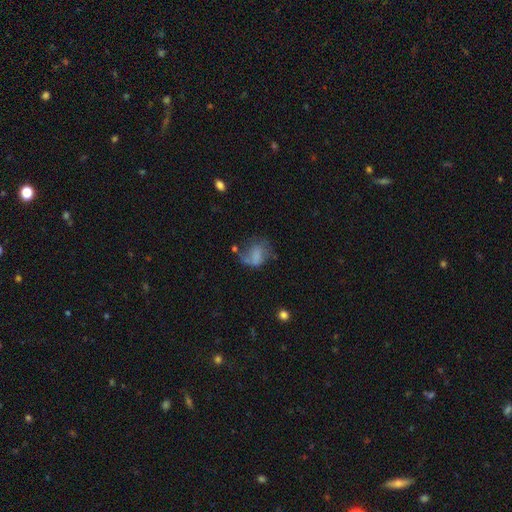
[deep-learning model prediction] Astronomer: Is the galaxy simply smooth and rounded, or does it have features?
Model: smooth — 57%.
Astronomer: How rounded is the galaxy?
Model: in between — 63%.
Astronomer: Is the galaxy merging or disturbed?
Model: major disturbance — 33%, tied with none at 33%.